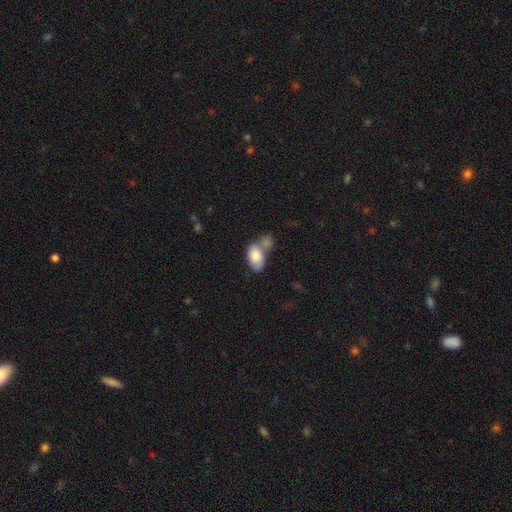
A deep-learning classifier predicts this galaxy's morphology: Q: Smooth or featured?
A: smooth (82%); runner-up: featured or disk (12%)
Q: How rounded?
A: in between (93%); runner-up: round (5%)
Q: Merging?
A: merger (49%); runner-up: none (29%)